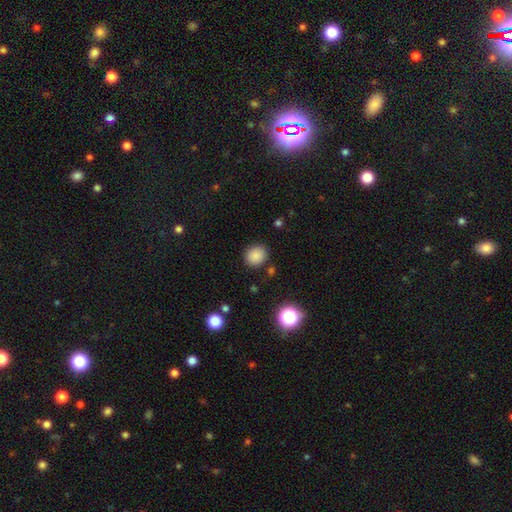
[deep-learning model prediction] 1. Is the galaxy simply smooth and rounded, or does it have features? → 85% smooth, 11% star or artifact, 4% featured or disk.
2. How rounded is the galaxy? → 74% round, 25% in between, 1% cigar-shaped.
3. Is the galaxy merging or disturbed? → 86% none, 9% minor disturbance, 3% major disturbance, 2% merger.